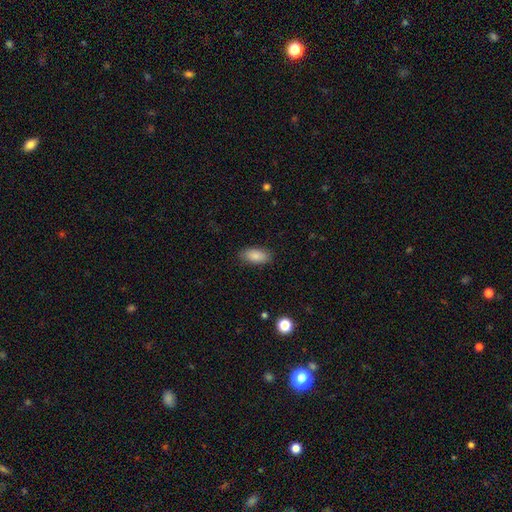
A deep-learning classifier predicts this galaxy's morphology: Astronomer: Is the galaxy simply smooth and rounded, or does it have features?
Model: smooth — 86%.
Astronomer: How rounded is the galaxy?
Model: in between — 91%.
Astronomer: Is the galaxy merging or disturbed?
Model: none — 86%.